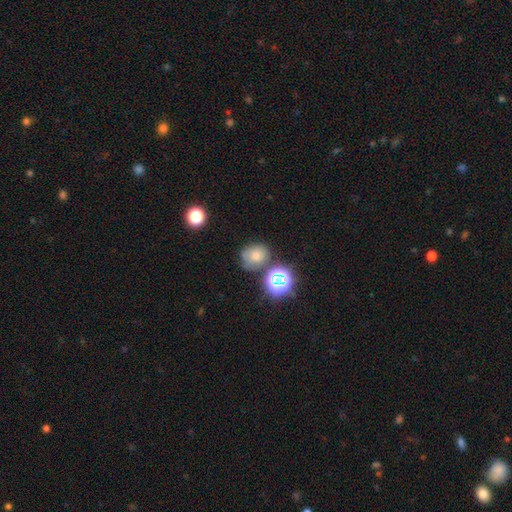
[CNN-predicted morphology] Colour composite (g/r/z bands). It shows a smooth galaxy with no disk features (49%). Merging: none (67%).